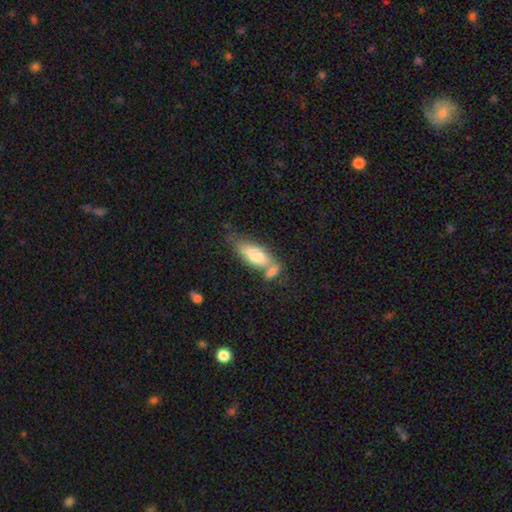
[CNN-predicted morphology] Smooth or featured? Predicted: smooth (p=0.73). How rounded? Predicted: in between (p=0.72). Merging? Predicted: none (p=0.39).